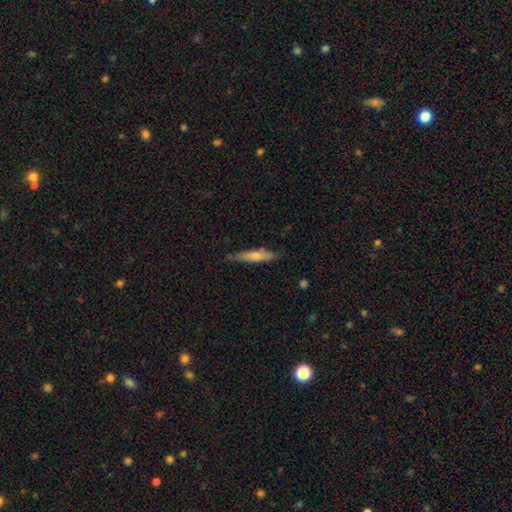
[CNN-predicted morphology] smooth 56%, featured or disk 38%, star or artifact 6%. Down the decision tree: how rounded — cigar-shaped (89%); merging — none (77%).